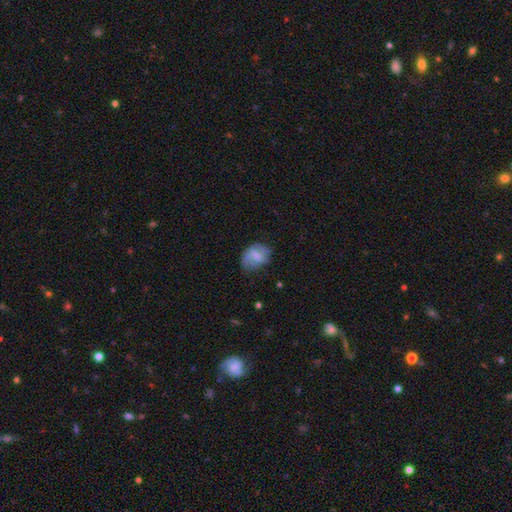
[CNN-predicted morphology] type=smooth (54%); roundness=in between (62%); merging=none (50%).